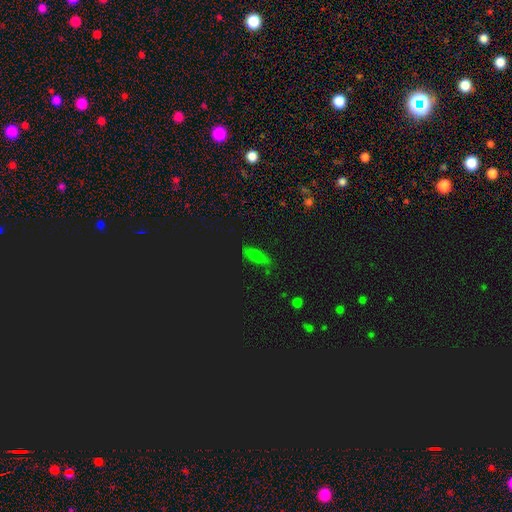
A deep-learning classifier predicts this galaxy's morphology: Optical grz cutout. It shows a smooth galaxy with no disk features (63%) that is in between round and cigar-shaped (69%). Merging: none (75%).